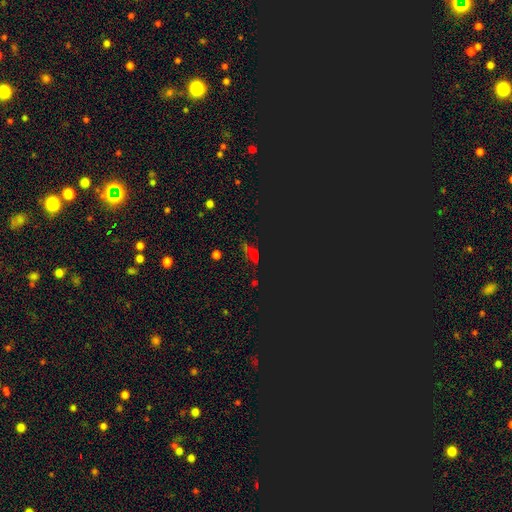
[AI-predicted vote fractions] This appears to be a star or artifact, not a galaxy (65%).